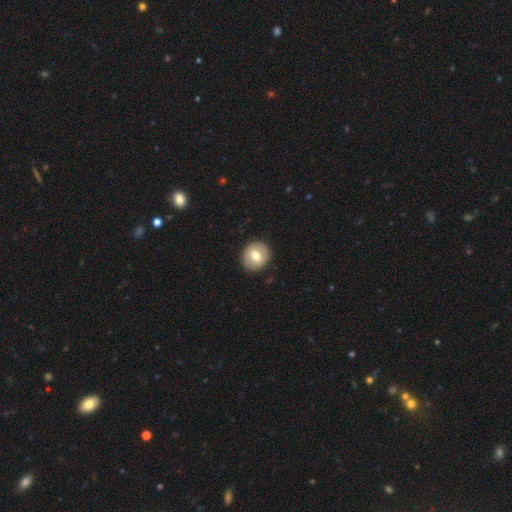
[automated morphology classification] A smooth galaxy with no disk features (70%) that is round (88%).

Vote fractions:
- Smooth or featured? smooth: 70% / featured or disk: 23% / star or artifact: 7%
- How rounded? round: 88% / in between: 11% / cigar-shaped: 1%
- Merging? none: 91% / minor disturbance: 6% / major disturbance: 2% / merger: 1%